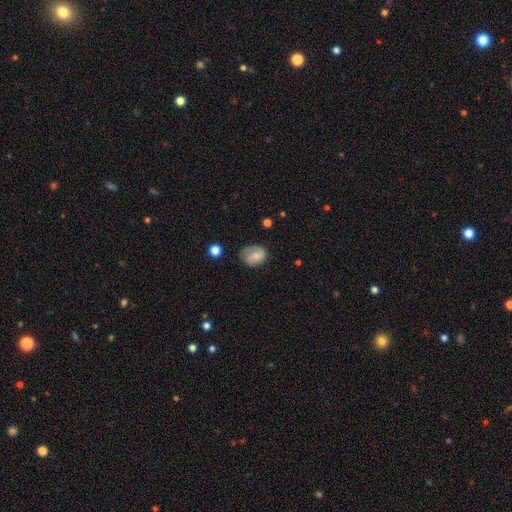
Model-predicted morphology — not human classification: This is likely a smooth galaxy (61%). How rounded: possibly in between (59%). Merging: possibly none (57%).